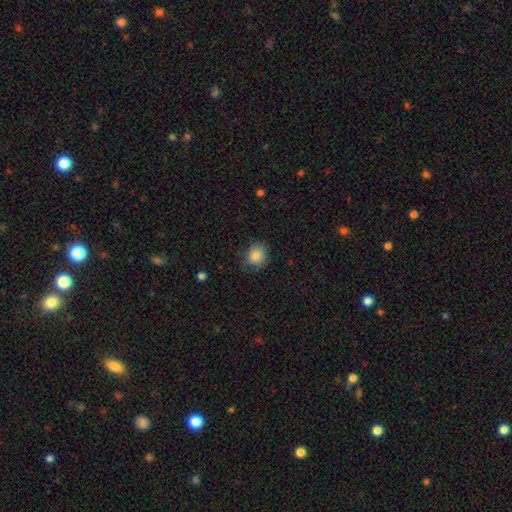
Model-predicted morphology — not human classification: This appears to be a smooth galaxy with no disk features (85%) that is round (72%). Merging: none (76%).